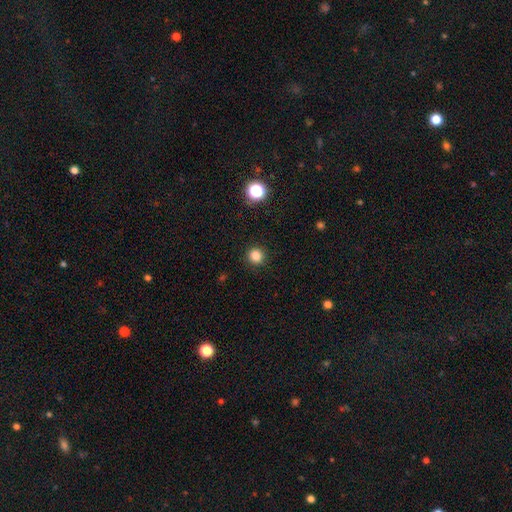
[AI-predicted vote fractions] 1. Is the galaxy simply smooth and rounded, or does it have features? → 84% smooth, 13% star or artifact, 3% featured or disk.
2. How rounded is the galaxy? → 91% round, 8% in between, 1% cigar-shaped.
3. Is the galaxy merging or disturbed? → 91% none, 6% minor disturbance, 2% major disturbance, 1% merger.